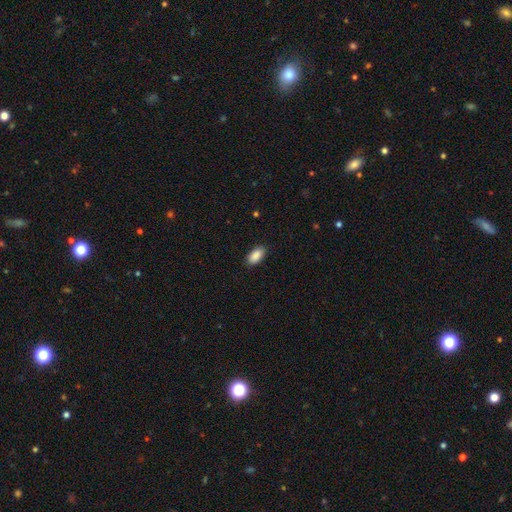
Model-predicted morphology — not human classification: Overall: smooth (90%). How rounded: in between (94%). Merging: none (88%).